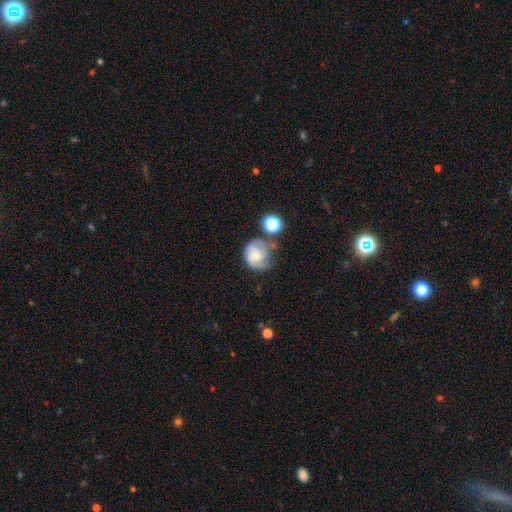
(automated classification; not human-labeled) Morphology: type=smooth (46%); merging=none (40%).